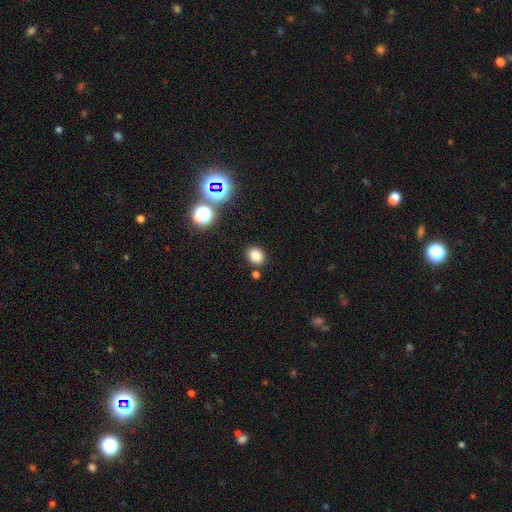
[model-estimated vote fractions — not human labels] Smooth or featured? Predicted: smooth (p=0.80). How rounded? Predicted: round (p=0.54). Merging? Predicted: none (p=0.83).